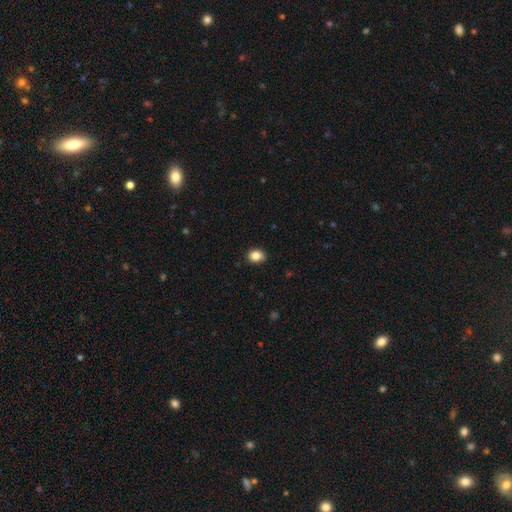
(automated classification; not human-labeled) This appears to be a smooth galaxy with no disk features (87%) that is in between round and cigar-shaped (58%). Merging: none (87%).